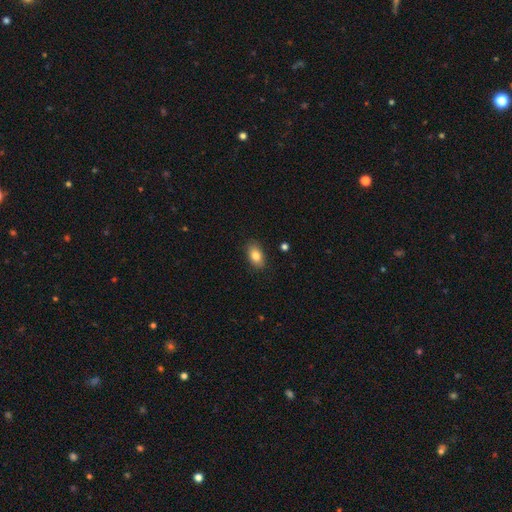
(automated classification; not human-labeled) A smooth galaxy with no disk features (83%) that is in between round and cigar-shaped (90%). Merging: none (87%).